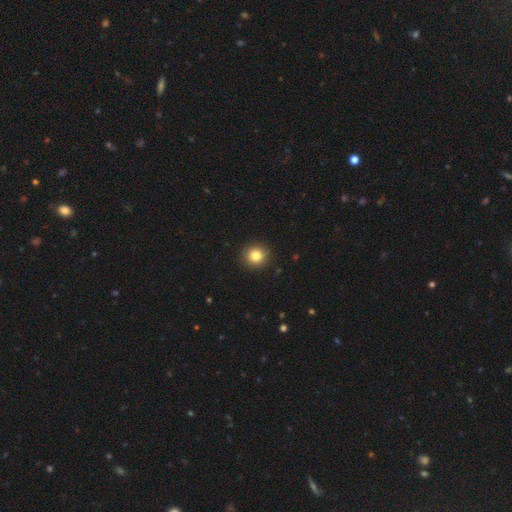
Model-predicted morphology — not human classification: A smooth galaxy with no disk features (83%) that is round (91%).

Vote fractions:
- Smooth or featured? smooth: 83% / star or artifact: 11% / featured or disk: 6%
- How rounded? round: 91% / in between: 8% / cigar-shaped: 1%
- Merging? none: 92% / minor disturbance: 5% / major disturbance: 2% / merger: 1%